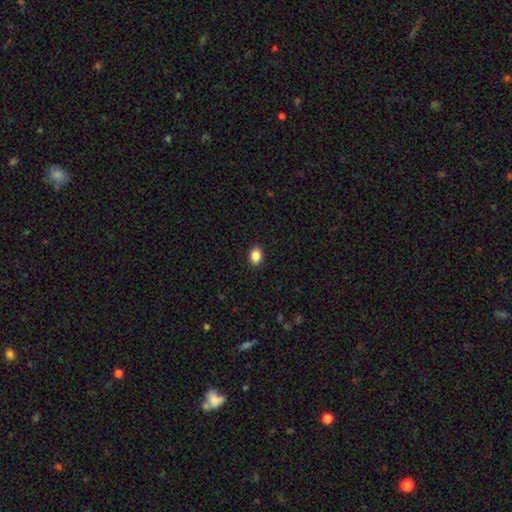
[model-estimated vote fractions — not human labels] Smooth or featured: smooth — 87% (star or artifact — 9%)
How rounded: in between — 67% (round — 32%)
Merging: none — 91% (minor disturbance — 6%)